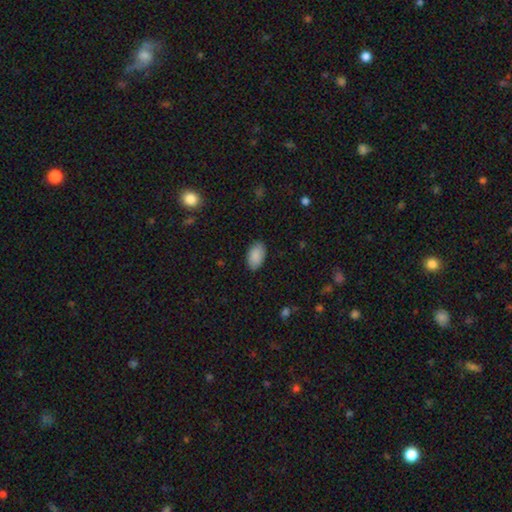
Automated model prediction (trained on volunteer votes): Smooth or featured? Predicted: smooth (p=0.89). How rounded? Predicted: in between (p=0.94). Merging? Predicted: none (p=0.86).